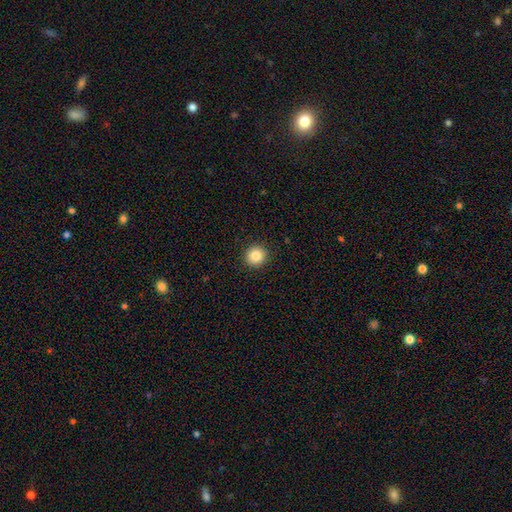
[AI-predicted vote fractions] Q: Smooth or featured?
A: smooth (85%); runner-up: star or artifact (10%)
Q: How rounded?
A: round (93%); runner-up: in between (6%)
Q: Merging?
A: none (92%); runner-up: minor disturbance (5%)